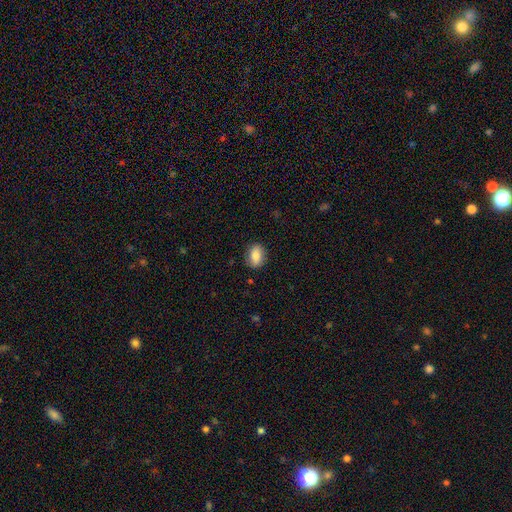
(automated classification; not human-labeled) Smooth or featured: smooth — 84% (featured or disk — 9%)
How rounded: in between — 75% (round — 23%)
Merging: none — 85% (minor disturbance — 11%)